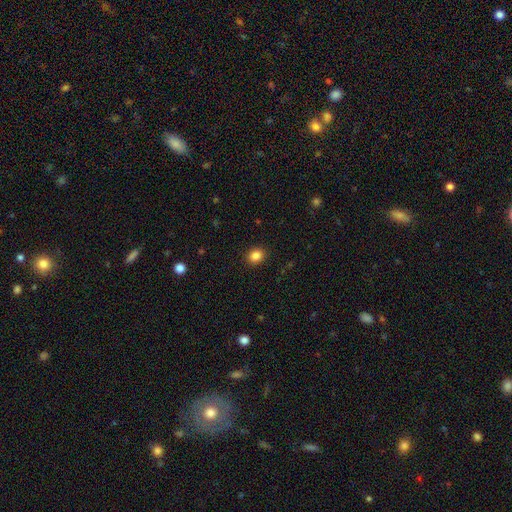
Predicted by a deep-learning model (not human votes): A smooth galaxy with no disk features (85%) that is round (67%).

Vote fractions:
- Smooth or featured? smooth: 85% / star or artifact: 11% / featured or disk: 4%
- How rounded? round: 67% / in between: 32% / cigar-shaped: 1%
- Merging? none: 91% / minor disturbance: 6% / major disturbance: 2% / merger: 1%